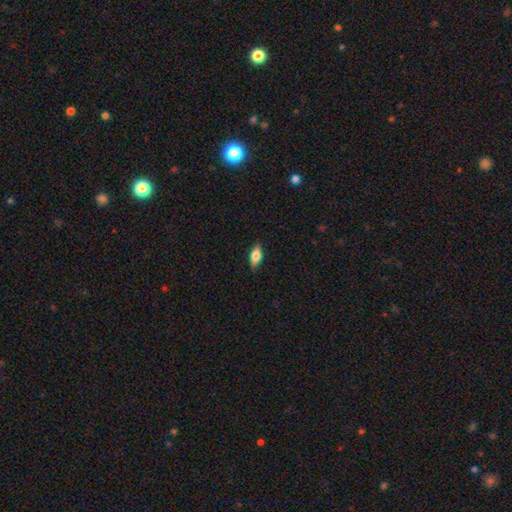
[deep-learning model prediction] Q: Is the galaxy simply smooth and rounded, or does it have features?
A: smooth — 74%.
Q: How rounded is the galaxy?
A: in between — 82%.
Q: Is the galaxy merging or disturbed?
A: none — 87%.